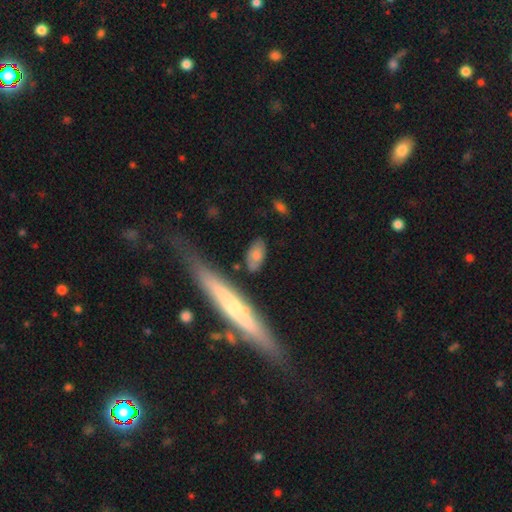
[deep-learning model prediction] Smooth or featured? Predicted: smooth (p=0.74). How rounded? Predicted: in between (p=0.84). Merging? Predicted: none (p=0.70).